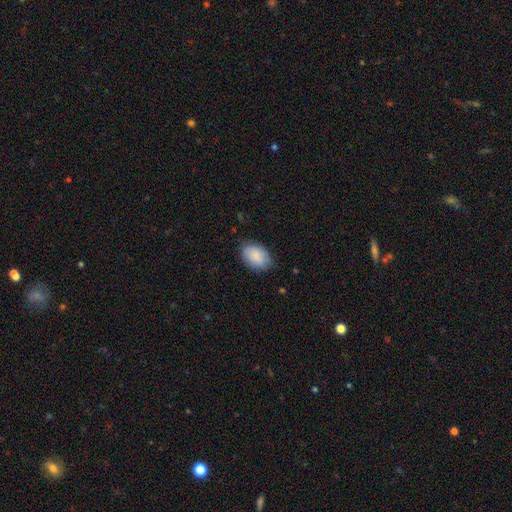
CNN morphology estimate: This appears to be a smooth galaxy with no disk features (87%) that is in between round and cigar-shaped (87%). Merging: none (77%).